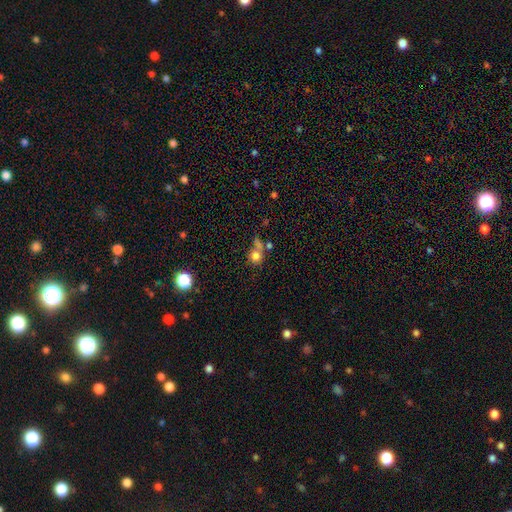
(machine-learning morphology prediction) This appears to be a smooth galaxy with no disk features (77%) that is round (83%). Merging: none (45%).